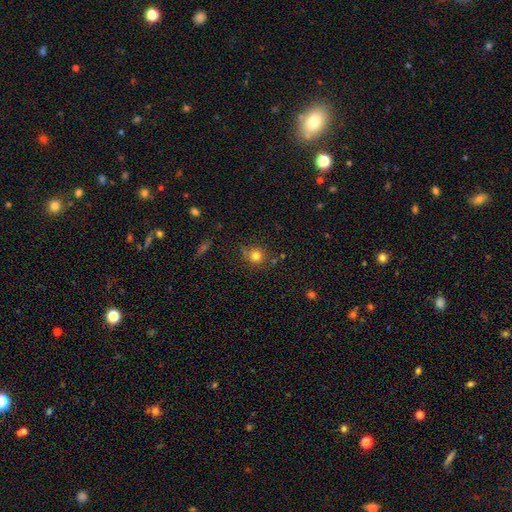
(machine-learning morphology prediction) This appears to be a smooth galaxy with no disk features (79%) that is round (88%). Merging: none (75%).